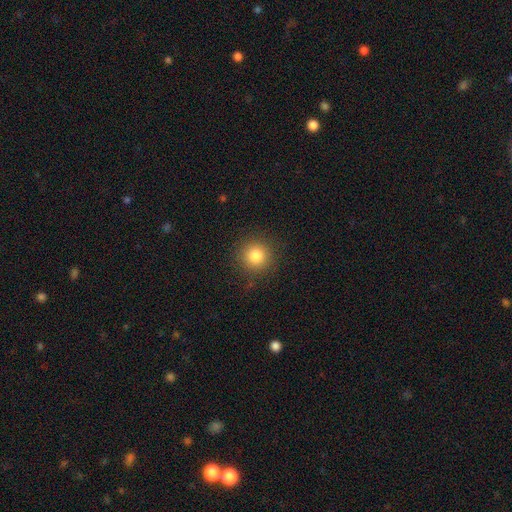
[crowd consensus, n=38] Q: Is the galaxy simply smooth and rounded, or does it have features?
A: smooth — 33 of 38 (87%).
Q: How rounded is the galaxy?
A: round — 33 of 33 (100%).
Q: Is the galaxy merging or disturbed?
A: none — 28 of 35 (80%).